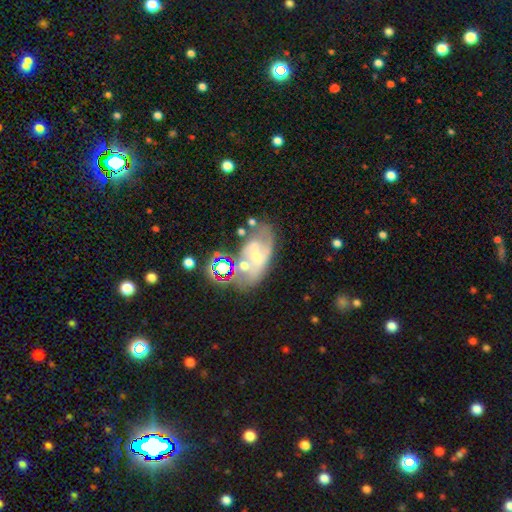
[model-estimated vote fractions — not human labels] Smooth or featured?
  - featured or disk: 68% *
  - smooth: 20%
  - star or artifact: 12%
Edge-on disk?
  - no: 95% *
  - yes: 5%
Bar?
  - weak: 44% *
  - no: 32%
  - strong: 24%
Spiral arms?
  - yes: 78% *
  - no: 22%
Spiral winding?
  - medium: 44% *
  - loose: 29%
  - tight: 27%
Spiral arm count?
  - 2: 64% *
  - can't tell: 21%
  - 1: 8%
  - 3: 4%
  - 4: 1%
  - more than 4: 1%
Bulge size?
  - small: 63% *
  - moderate: 29%
  - none: 5%
  - large: 2%
  - dominant: 1%
Merging?
  - none: 46% *
  - minor disturbance: 21%
  - merger: 19%
  - major disturbance: 15%